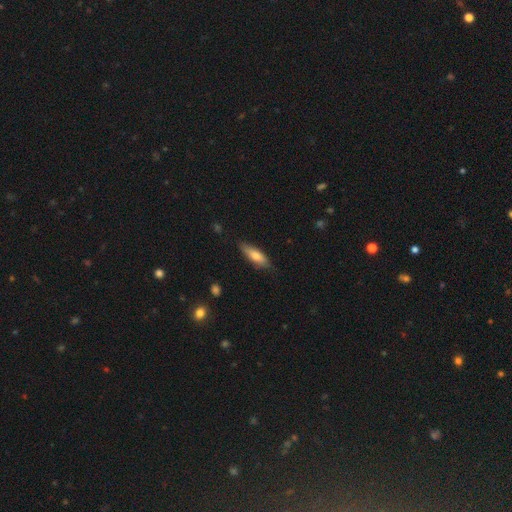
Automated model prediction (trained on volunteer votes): Smooth or featured: smooth — 70% (featured or disk — 24%)
How rounded: cigar-shaped — 50% (in between — 48%)
Merging: none — 77% (minor disturbance — 19%)